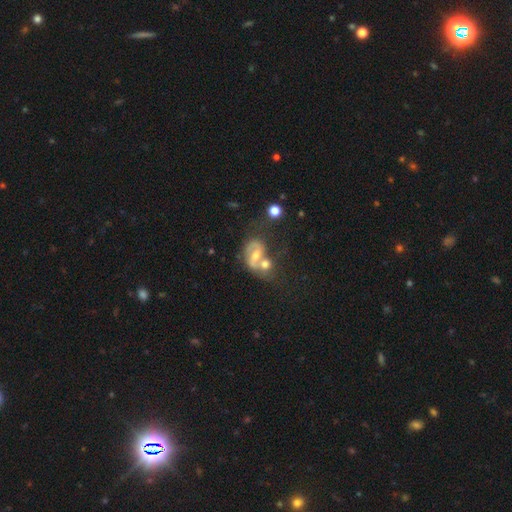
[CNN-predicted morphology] Smooth or featured? featured or disk (63%)
Edge-on disk? no (96%)
Bar? weak (41%)
Spiral arms? yes (69%)
Bulge size? moderate (62%)
Merging? merger (52%)